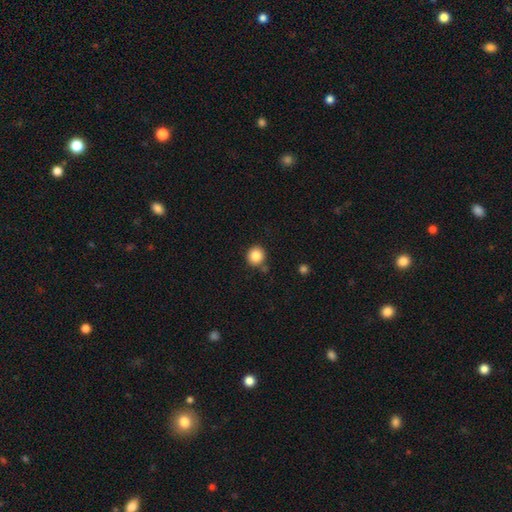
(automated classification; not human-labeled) Smooth or featured? smooth (85%)
How rounded? round (92%)
Merging? none (82%)